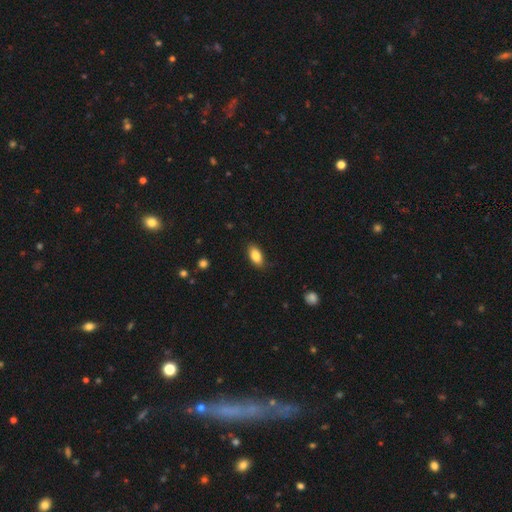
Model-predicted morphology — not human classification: Q: Smooth or featured?
A: smooth (84%); runner-up: featured or disk (9%)
Q: How rounded?
A: in between (89%); runner-up: cigar-shaped (7%)
Q: Merging?
A: none (84%); runner-up: minor disturbance (12%)